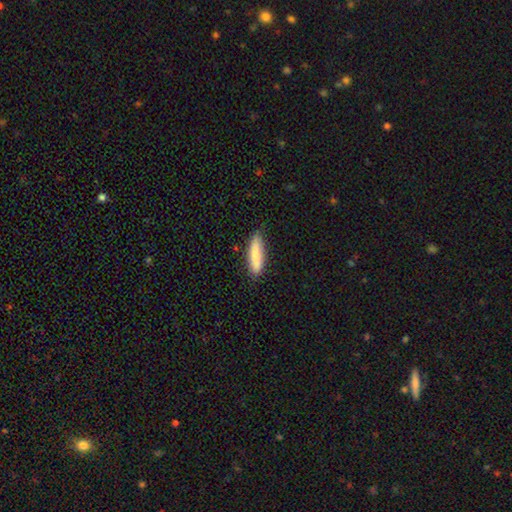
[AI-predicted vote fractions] Overall: smooth (83%). How rounded: cigar-shaped (67%; in between 31%). Merging: none (79%).